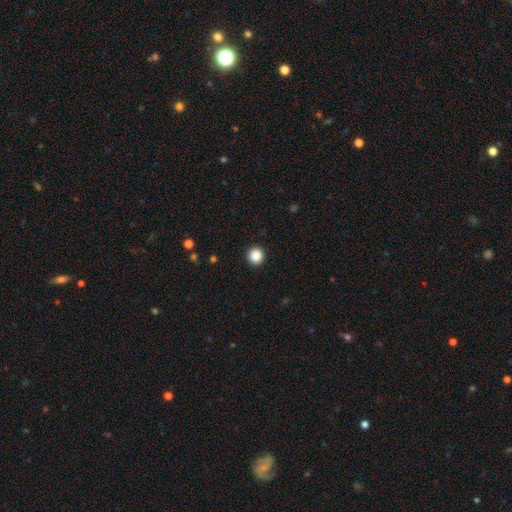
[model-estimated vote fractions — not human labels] Q: Smooth or featured?
A: smooth (87%); runner-up: star or artifact (10%)
Q: How rounded?
A: round (95%); runner-up: in between (4%)
Q: Merging?
A: none (93%); runner-up: minor disturbance (4%)